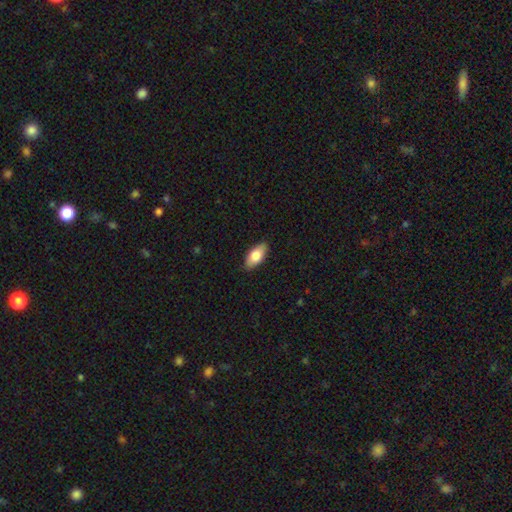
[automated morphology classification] The model was most divided on "smooth or featured": smooth: 77%, featured or disk: 17%, star or artifact: 6%. More confident: how rounded — in between (90%); merging — none (87%).